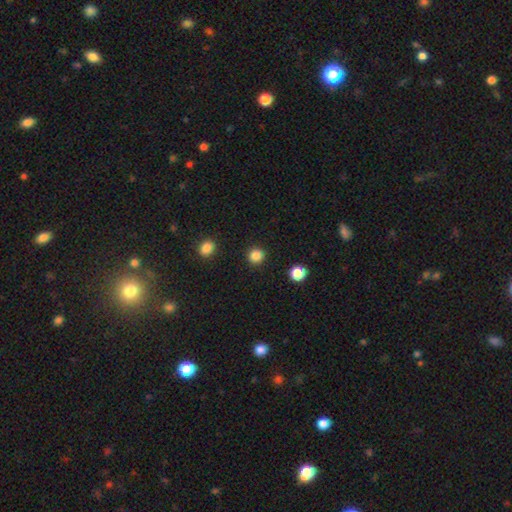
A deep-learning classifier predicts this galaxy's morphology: Q: Smooth or featured?
A: smooth (86%); runner-up: star or artifact (11%)
Q: How rounded?
A: round (90%); runner-up: in between (9%)
Q: Merging?
A: none (92%); runner-up: minor disturbance (5%)